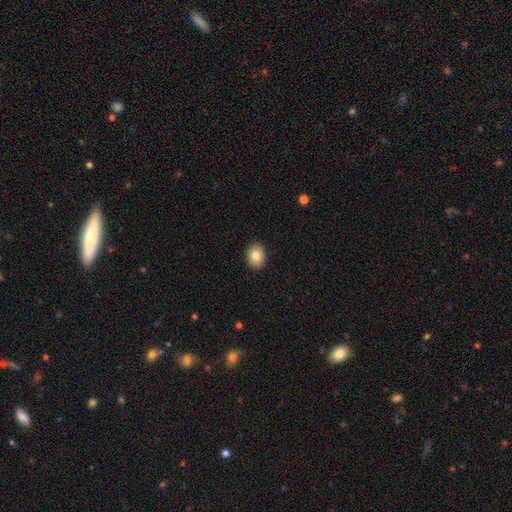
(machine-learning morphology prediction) Smooth or featured: smooth — 82% (featured or disk — 10%)
How rounded: in between — 67% (round — 32%)
Merging: none — 91% (minor disturbance — 7%)